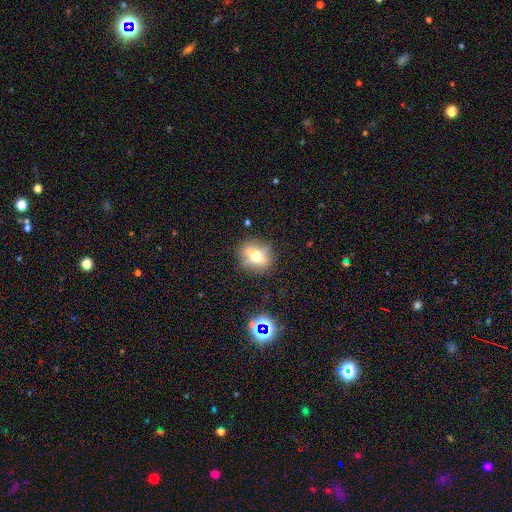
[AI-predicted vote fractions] Smooth or featured? smooth (48%)
Merging? none (82%)